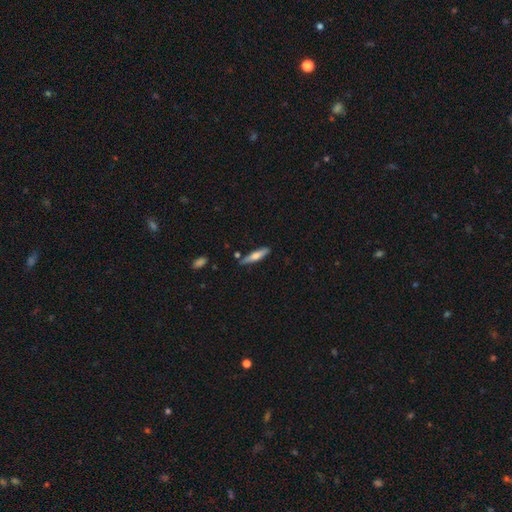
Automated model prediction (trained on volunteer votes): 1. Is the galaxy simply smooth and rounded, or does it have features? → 59% smooth, 35% featured or disk, 6% star or artifact.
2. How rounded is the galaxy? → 80% cigar-shaped, 19% in between, 2% round.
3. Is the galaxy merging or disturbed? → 81% none, 13% minor disturbance, 4% merger, 2% major disturbance.